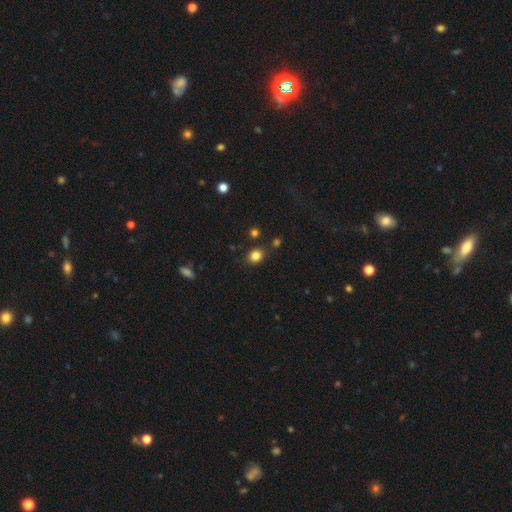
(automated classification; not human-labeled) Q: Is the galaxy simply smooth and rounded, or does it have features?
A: smooth — 83%.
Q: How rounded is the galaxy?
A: round — 65%.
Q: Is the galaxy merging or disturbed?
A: none — 83%.